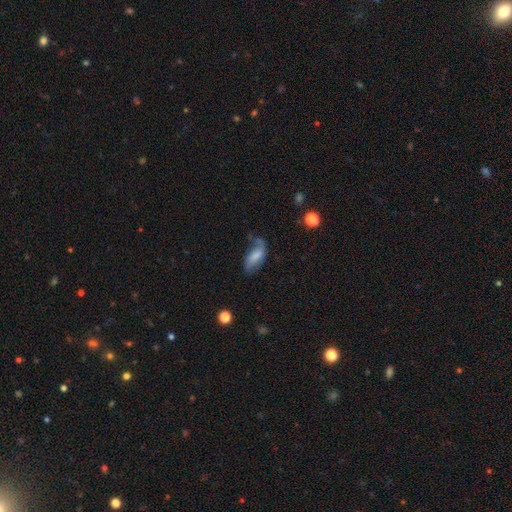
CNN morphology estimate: The model was most divided on "merging": none: 39%, minor disturbance: 31%, major disturbance: 25%, merger: 4%. More confident: how rounded — in between (86%); smooth or featured — smooth (54%).